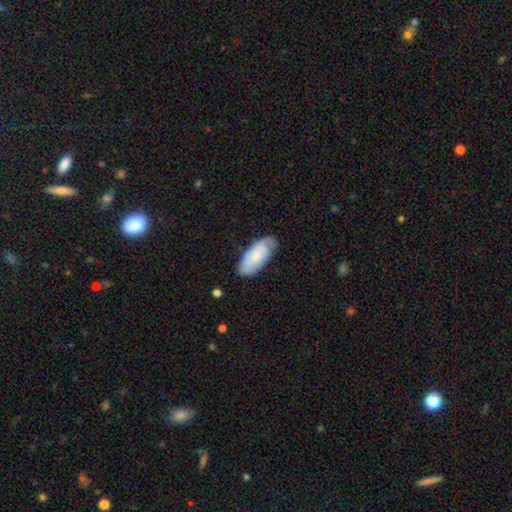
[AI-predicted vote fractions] A smooth galaxy with no disk features (56%) that is in between round and cigar-shaped (86%). Merging: none (70%).